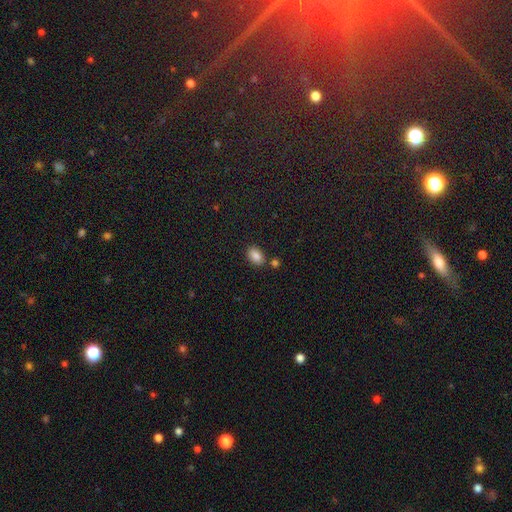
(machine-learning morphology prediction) smooth-or-featured: smooth: 86% | star or artifact: 9% | featured or disk: 5%
  how-rounded: in between: 87% | round: 12% | cigar-shaped: 1%
  merging: none: 75% | merger: 11% | minor disturbance: 11% | major disturbance: 3%